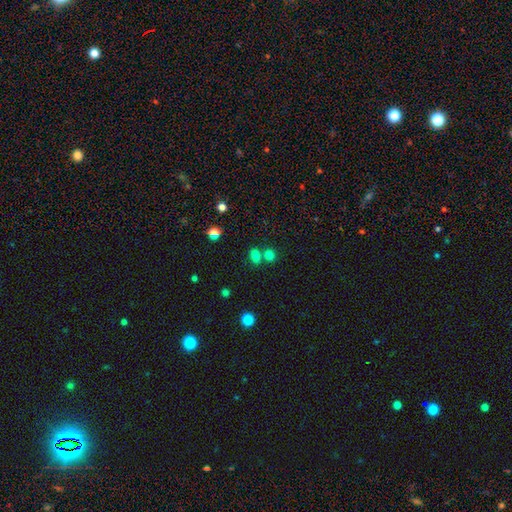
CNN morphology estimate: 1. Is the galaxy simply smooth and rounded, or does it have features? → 76% smooth, 17% star or artifact, 7% featured or disk.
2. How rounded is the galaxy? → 70% in between, 28% round, 2% cigar-shaped.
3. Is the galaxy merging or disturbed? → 54% none, 33% merger, 10% minor disturbance, 4% major disturbance.